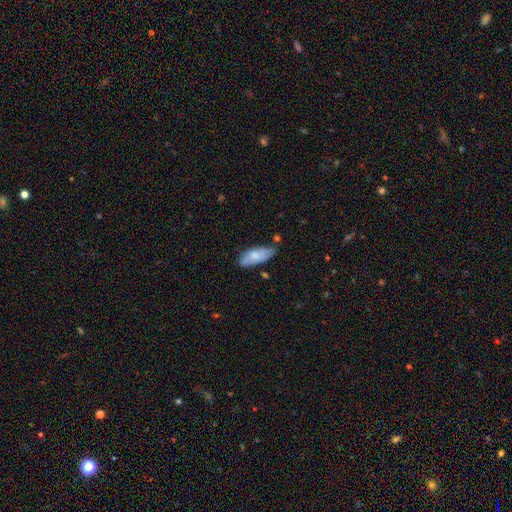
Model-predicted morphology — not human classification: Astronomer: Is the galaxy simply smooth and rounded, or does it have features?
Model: smooth — 72%.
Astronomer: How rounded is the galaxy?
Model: in between — 81%.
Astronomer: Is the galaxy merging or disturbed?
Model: none — 61%.